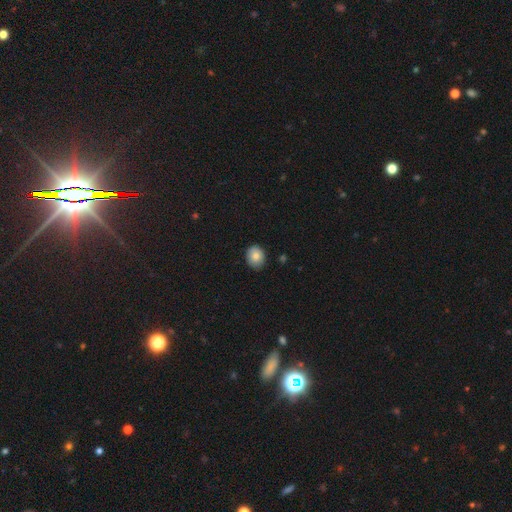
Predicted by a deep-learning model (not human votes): Smooth or featured: smooth — 81% (featured or disk — 11%)
How rounded: round — 65% (in between — 34%)
Merging: none — 87% (minor disturbance — 10%)